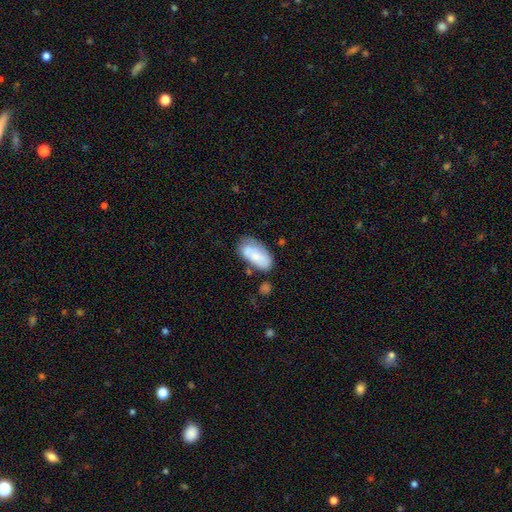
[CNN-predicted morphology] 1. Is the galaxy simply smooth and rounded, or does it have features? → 67% smooth, 26% featured or disk, 7% star or artifact.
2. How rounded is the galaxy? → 92% in between, 6% cigar-shaped, 3% round.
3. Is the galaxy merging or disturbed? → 51% none, 28% minor disturbance, 11% merger, 10% major disturbance.